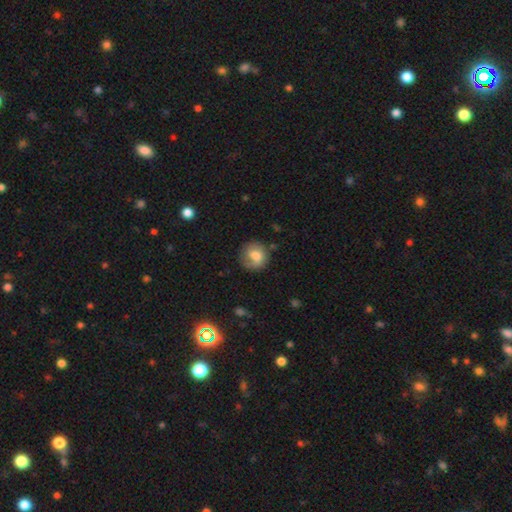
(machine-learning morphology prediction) This is likely a smooth galaxy (62%). How rounded: clearly round (85%). Merging: likely none (69%).